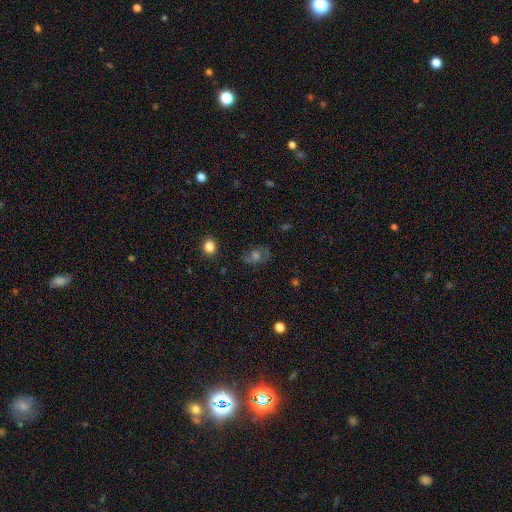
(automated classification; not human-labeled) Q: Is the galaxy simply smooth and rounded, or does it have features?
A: smooth — 39%.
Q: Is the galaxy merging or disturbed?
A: none — 70%.